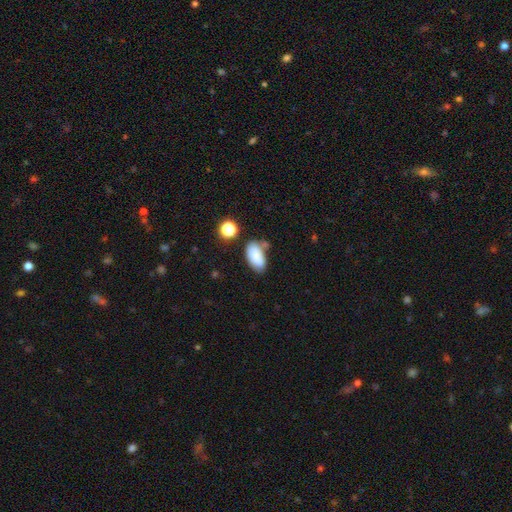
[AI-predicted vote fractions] Smooth or featured: smooth — 84% (star or artifact — 9%)
How rounded: in between — 93% (round — 4%)
Merging: none — 60% (minor disturbance — 20%)